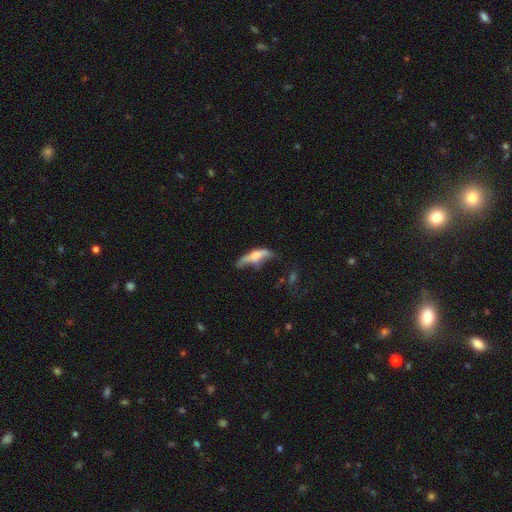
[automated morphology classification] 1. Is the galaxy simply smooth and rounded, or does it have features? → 52% smooth, 39% featured or disk, 10% star or artifact.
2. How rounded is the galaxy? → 52% cigar-shaped, 45% in between, 3% round.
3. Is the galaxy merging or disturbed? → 33% major disturbance, 28% none, 26% minor disturbance, 13% merger.